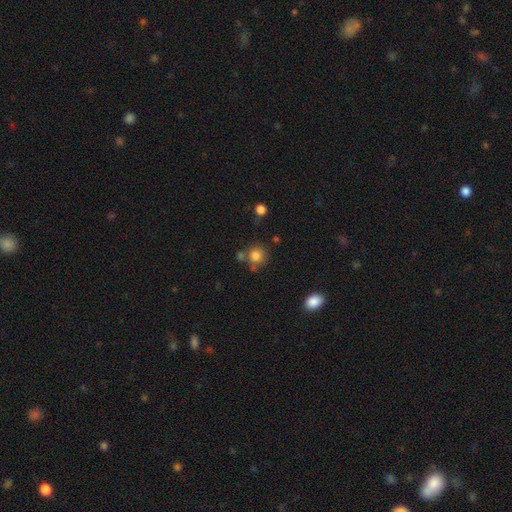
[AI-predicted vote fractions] A smooth galaxy with no disk features (82%) that is round (90%).

Vote fractions:
- Smooth or featured? smooth: 82% / star or artifact: 12% / featured or disk: 7%
- How rounded? round: 90% / in between: 9% / cigar-shaped: 1%
- Merging? none: 69% / merger: 14% / minor disturbance: 12% / major disturbance: 4%